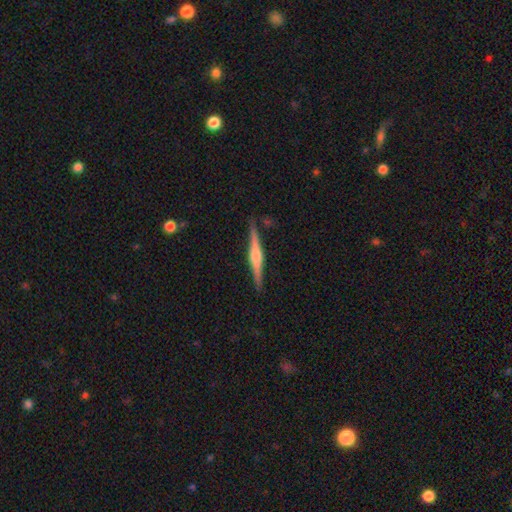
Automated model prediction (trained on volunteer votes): smooth_or_featured: featured or disk (p=0.73) [alt: smooth p=0.21]
disk_edge_on: yes (p=0.98) [alt: no p=0.02]
edge_on_bulge: rounded (p=0.78) [alt: boxy p=0.15]
merging: none (p=0.89) [alt: minor disturbance p=0.08]